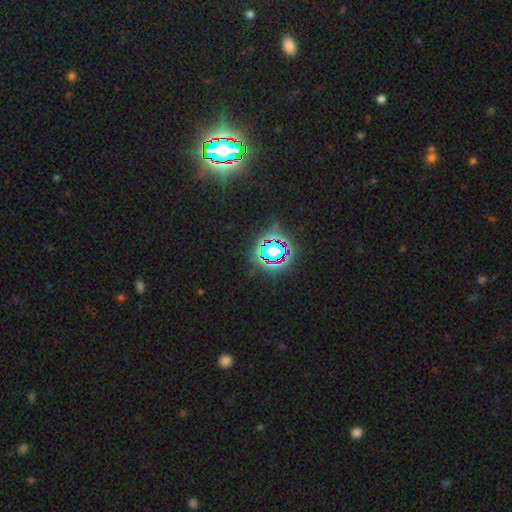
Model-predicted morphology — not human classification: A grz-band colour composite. It shows a star or artifact, not a galaxy (81%).